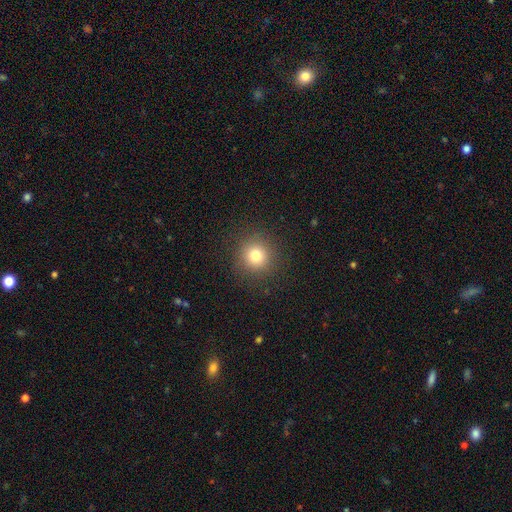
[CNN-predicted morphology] smooth-or-featured: smooth: 79% | star or artifact: 14% | featured or disk: 7%
  how-rounded: round: 94% | in between: 5% | cigar-shaped: 1%
  merging: none: 90% | minor disturbance: 6% | major disturbance: 3% | merger: 1%